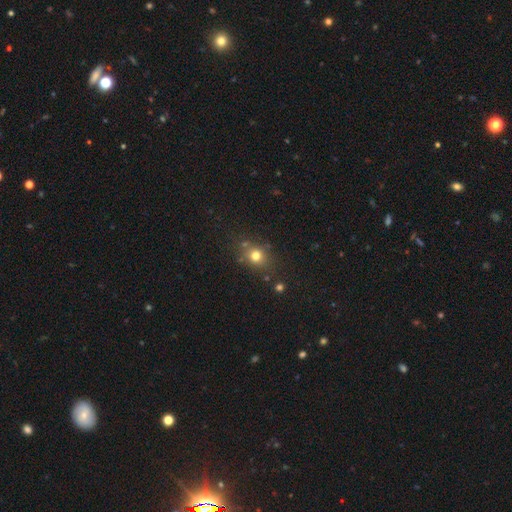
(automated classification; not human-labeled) Smooth or featured? Predicted: smooth (p=0.74). How rounded? Predicted: round (p=0.71). Merging? Predicted: none (p=0.75).